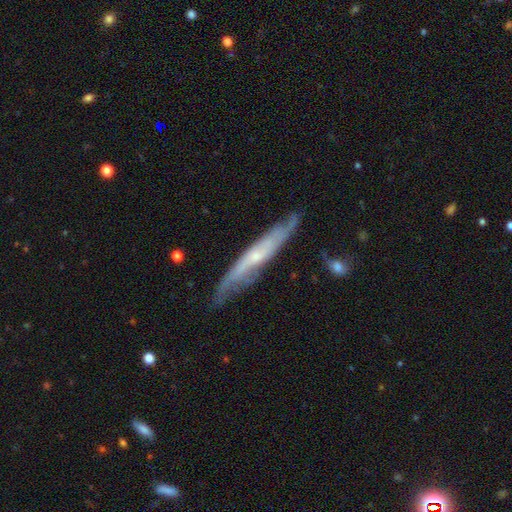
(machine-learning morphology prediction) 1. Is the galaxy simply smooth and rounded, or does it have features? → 68% featured or disk, 26% smooth, 6% star or artifact.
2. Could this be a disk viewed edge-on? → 67% yes, 33% no.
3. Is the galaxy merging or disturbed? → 70% none, 23% minor disturbance, 5% major disturbance, 2% merger.